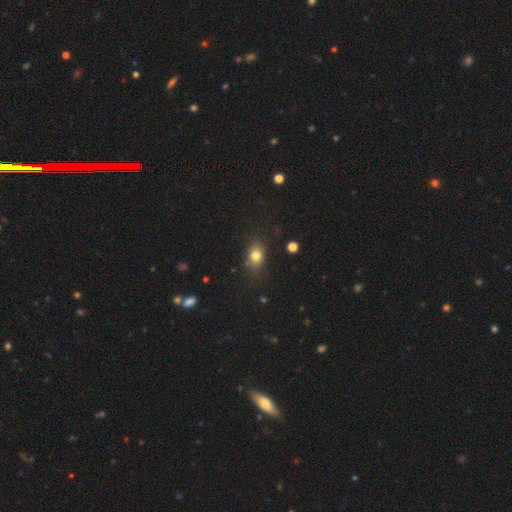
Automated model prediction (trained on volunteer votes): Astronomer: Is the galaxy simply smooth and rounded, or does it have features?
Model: smooth — 79%.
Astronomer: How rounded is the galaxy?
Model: in between — 66%.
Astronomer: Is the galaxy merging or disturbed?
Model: none — 78%.